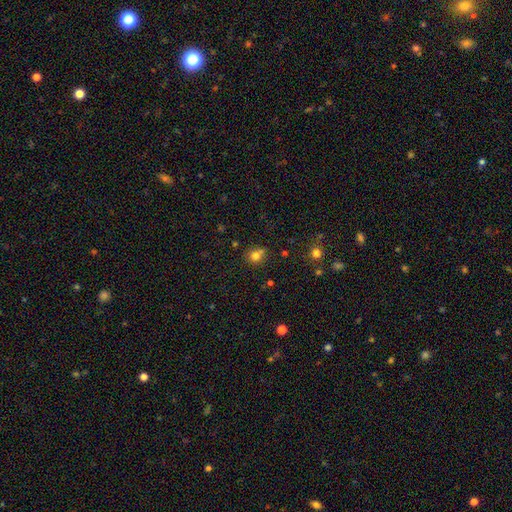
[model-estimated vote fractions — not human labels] A smooth galaxy with no disk features (77%) that is round (84%). Merging: none (65%).